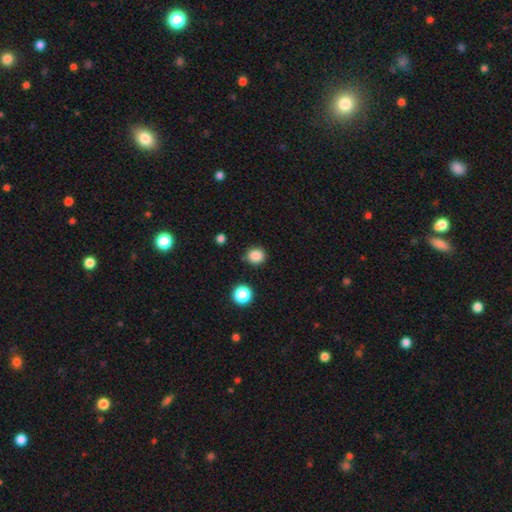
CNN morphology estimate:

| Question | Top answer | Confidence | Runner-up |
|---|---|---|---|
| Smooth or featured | smooth | 85% | star or artifact (12%) |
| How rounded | round | 88% | in between (11%) |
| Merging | none | 86% | minor disturbance (9%) |